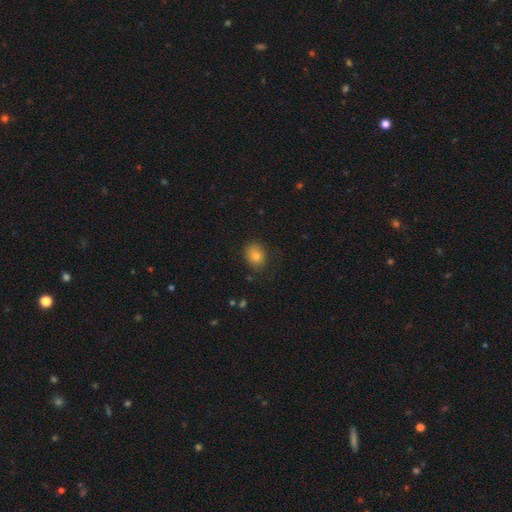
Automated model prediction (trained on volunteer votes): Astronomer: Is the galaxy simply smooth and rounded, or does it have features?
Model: smooth — 79%.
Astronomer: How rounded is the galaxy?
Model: round — 63%.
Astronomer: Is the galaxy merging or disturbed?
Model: none — 81%.